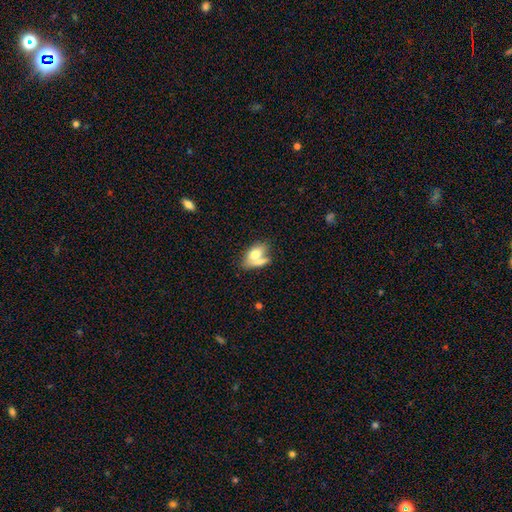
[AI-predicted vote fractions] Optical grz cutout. It shows a smooth galaxy with no disk features (72%) that is in between round and cigar-shaped (85%). Merging: merger (49%).